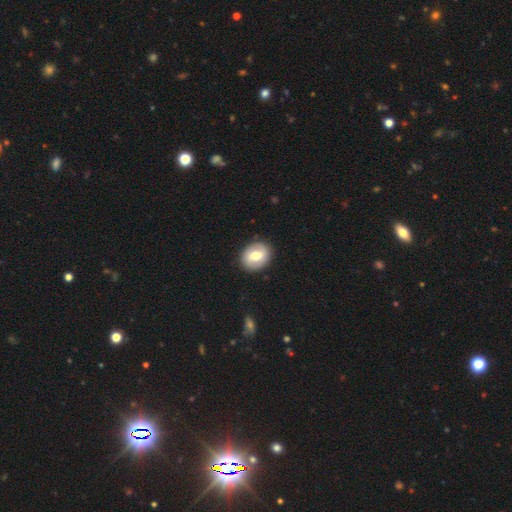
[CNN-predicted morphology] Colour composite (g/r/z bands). It shows a smooth galaxy with no disk features (59%) that is round (53%). Merging: none (88%).